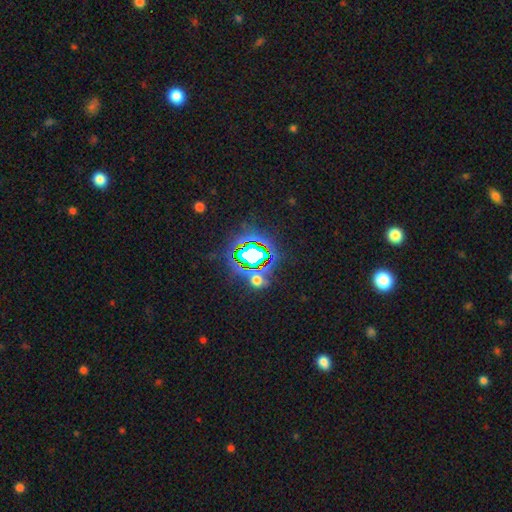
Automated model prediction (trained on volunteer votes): smooth_or_featured: star or artifact (p=0.74) [alt: smooth p=0.15]